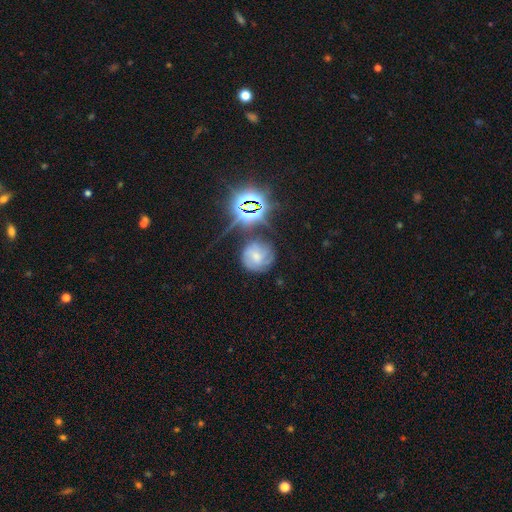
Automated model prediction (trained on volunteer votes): smooth-or-featured: featured or disk: 49% | smooth: 31% | star or artifact: 20%
  merging: none: 60% | minor disturbance: 21% | major disturbance: 14% | merger: 6%